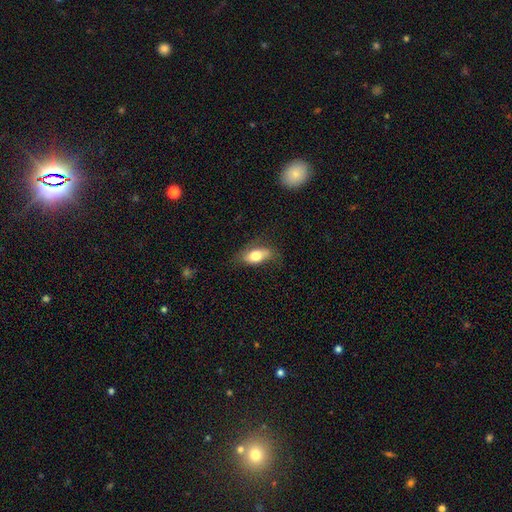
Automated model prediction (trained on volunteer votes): Smooth or featured? smooth (74%)
How rounded? in between (84%)
Merging? none (65%)